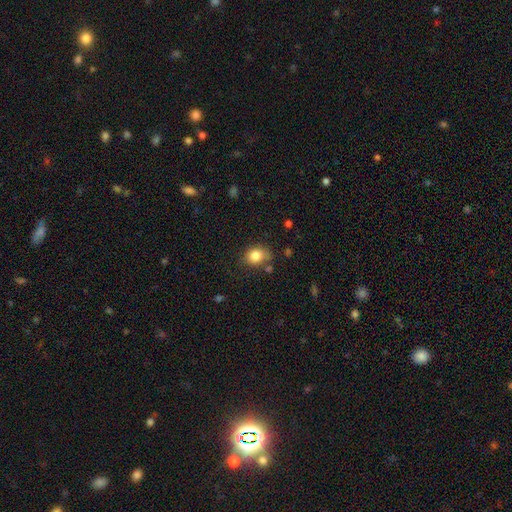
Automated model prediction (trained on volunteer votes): Q: Smooth or featured?
A: smooth (83%); runner-up: star or artifact (10%)
Q: How rounded?
A: in between (52%); runner-up: round (47%)
Q: Merging?
A: none (71%); runner-up: minor disturbance (19%)